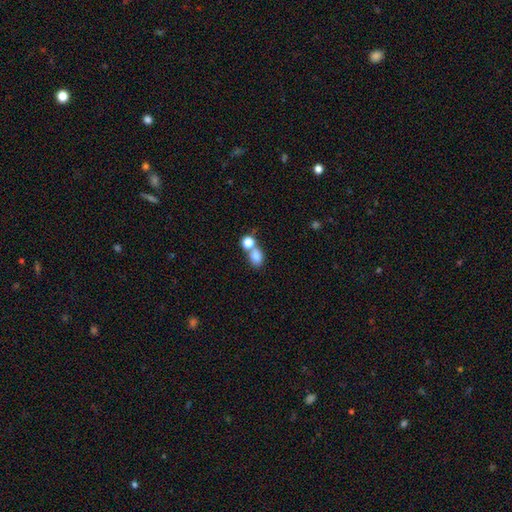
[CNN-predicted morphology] This is clearly a smooth galaxy (80%). How rounded: possibly in between (59%). Merging: marginally merger (44%).